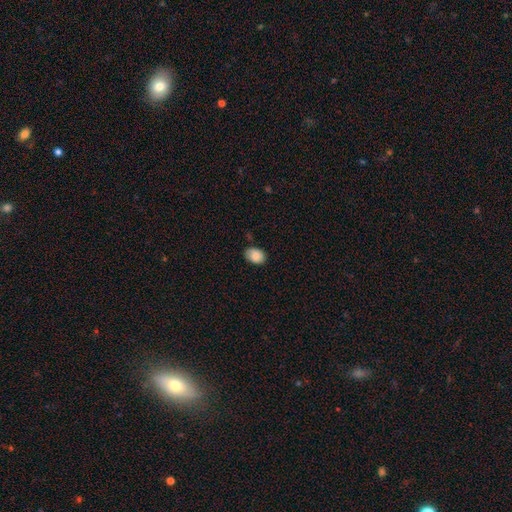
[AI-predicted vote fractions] smooth 85%, star or artifact 8%, featured or disk 7%. Down the decision tree: how rounded — in between (74%); merging — none (70%).